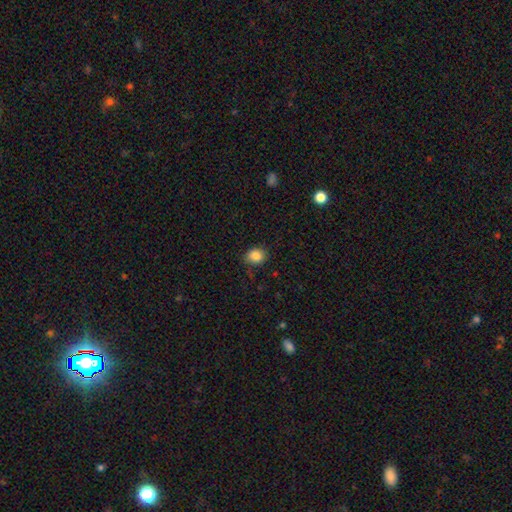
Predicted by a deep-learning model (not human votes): A smooth galaxy with no disk features (85%) that is round (57%). Merging: none (82%).